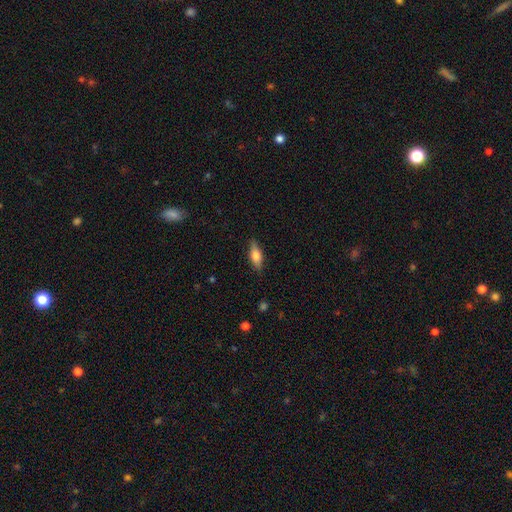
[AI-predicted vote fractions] Overall: smooth (65%; featured or disk 28%). How rounded: in between (63%; cigar-shaped 34%). Merging: none (86%).